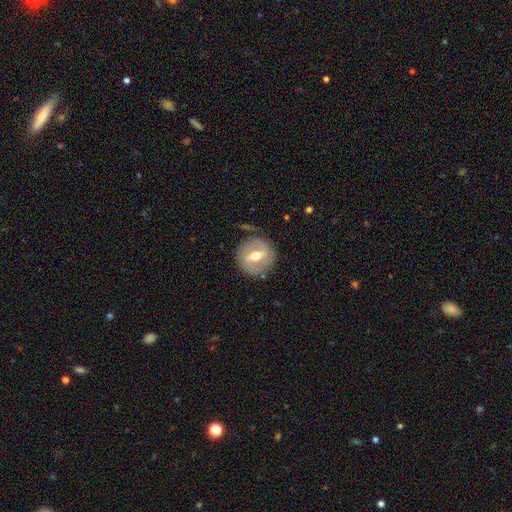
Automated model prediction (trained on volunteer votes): Overall: featured or disk (56%; smooth 37%). Edge-on disk: no (85%). Merging: none (84%).